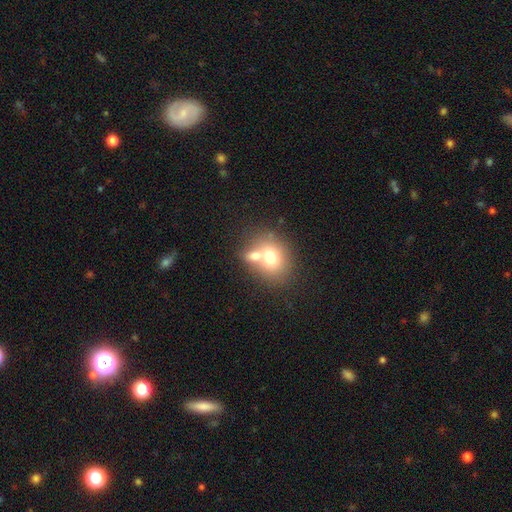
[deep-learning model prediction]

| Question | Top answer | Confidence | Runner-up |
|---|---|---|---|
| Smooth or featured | smooth | 69% | featured or disk (21%) |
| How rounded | round | 53% | in between (46%) |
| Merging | merger | 57% | none (30%) |